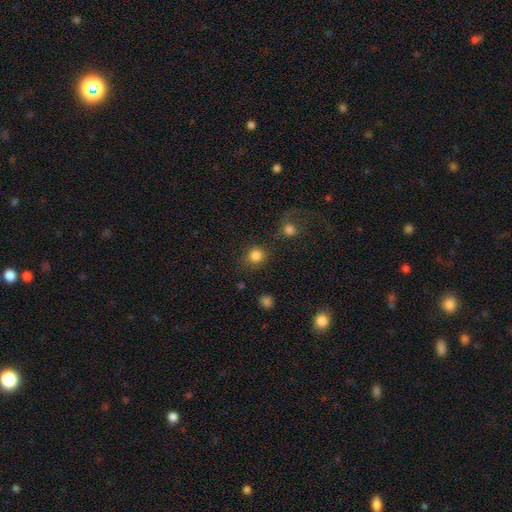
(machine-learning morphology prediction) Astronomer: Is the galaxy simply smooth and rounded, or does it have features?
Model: smooth — 83%.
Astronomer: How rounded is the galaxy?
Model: round — 85%.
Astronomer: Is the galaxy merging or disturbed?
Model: none — 75%.